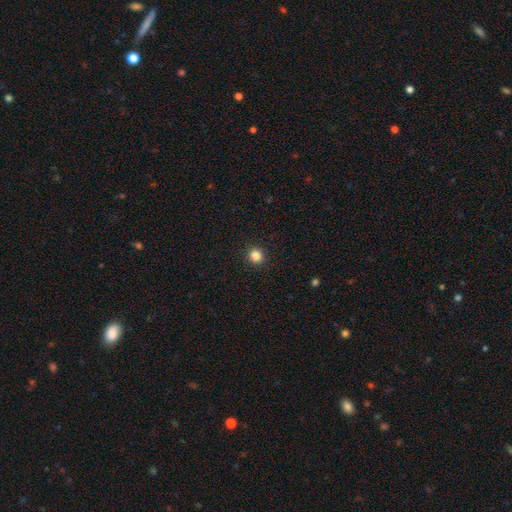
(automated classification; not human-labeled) Smooth or featured: smooth — 83% (star or artifact — 13%)
How rounded: round — 91% (in between — 8%)
Merging: none — 90% (minor disturbance — 6%)